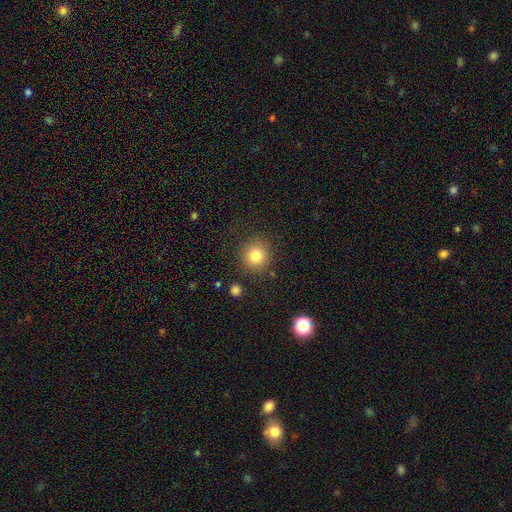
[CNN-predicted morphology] This is clearly a smooth galaxy (82%). How rounded: clearly round (91%). Merging: clearly none (87%).